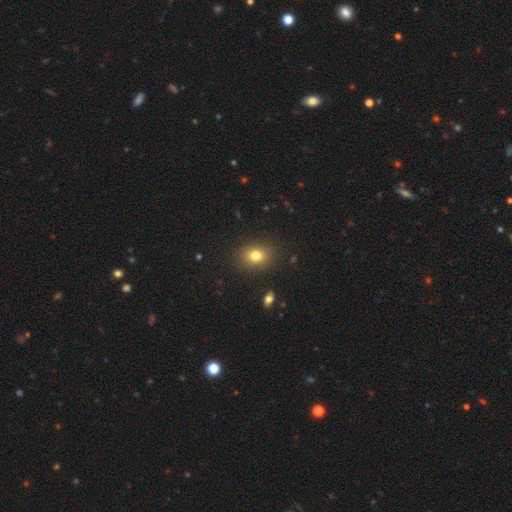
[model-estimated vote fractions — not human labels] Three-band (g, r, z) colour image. It shows a smooth galaxy with no disk features (79%) that is in between round and cigar-shaped (52%). Merging: none (88%).